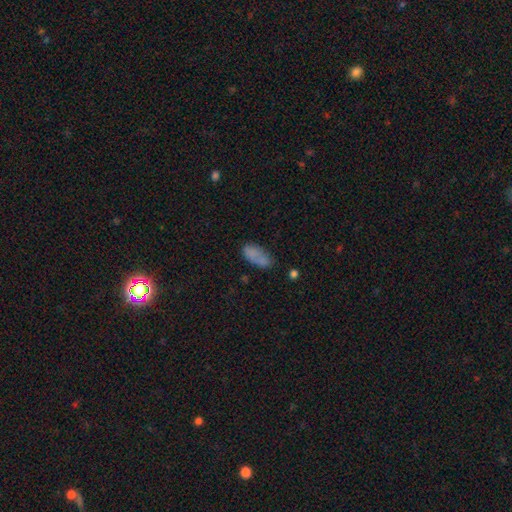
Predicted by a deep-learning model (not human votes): smooth_or_featured: smooth (p=0.77) [alt: featured or disk p=0.12]
how_rounded: in between (p=0.86) [alt: cigar-shaped p=0.11]
merging: none (p=0.56) [alt: minor disturbance p=0.24]